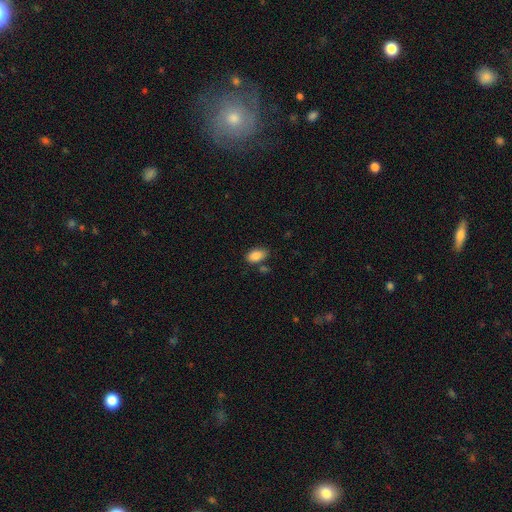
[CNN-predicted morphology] A smooth galaxy with no disk features (87%) that is in between round and cigar-shaped (91%). Merging: none (73%).